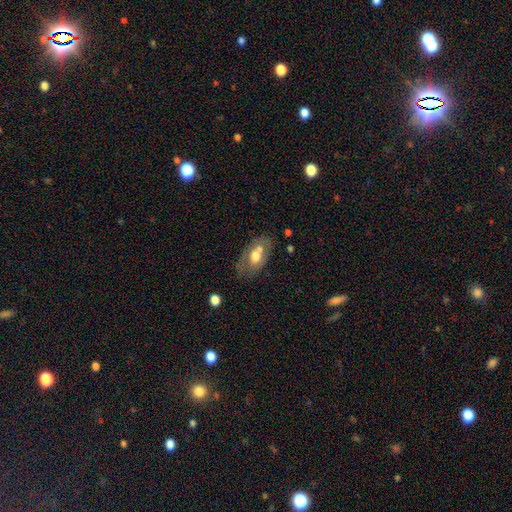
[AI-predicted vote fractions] Smooth or featured: smooth — 55% (featured or disk — 38%)
How rounded: in between — 89% (round — 8%)
Merging: none — 57% (minor disturbance — 20%)